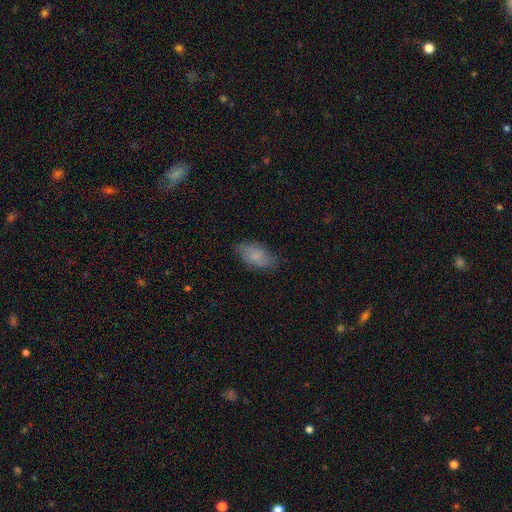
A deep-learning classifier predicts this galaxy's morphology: This is likely a smooth galaxy (78%). How rounded: clearly in between (92%). Merging: likely none (76%).